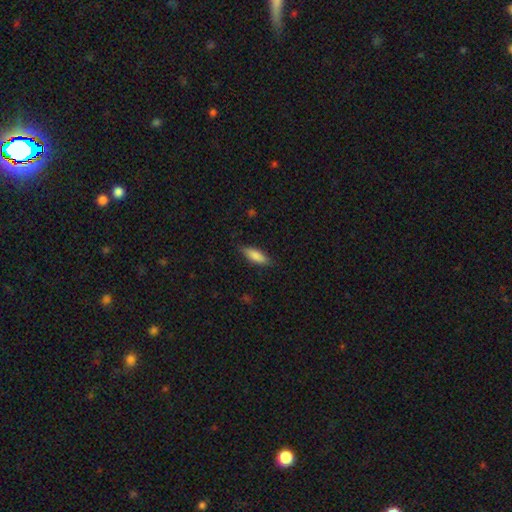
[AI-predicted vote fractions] A smooth galaxy with no disk features (85%) that is in between round and cigar-shaped (58%). Merging: none (83%).